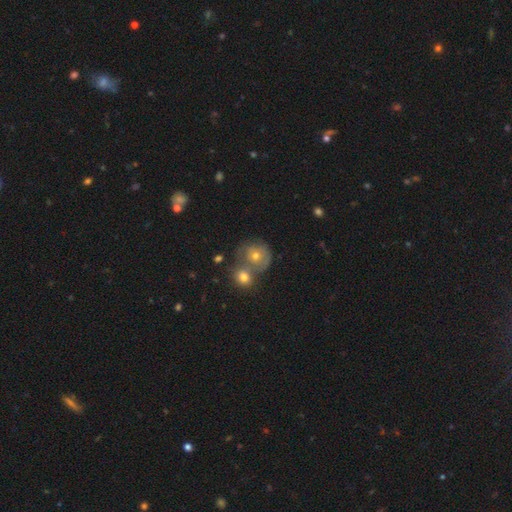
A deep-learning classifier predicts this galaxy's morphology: smooth 55%, featured or disk 34%, star or artifact 11%. Down the decision tree: how rounded — round (84%); merging — merger (42%).